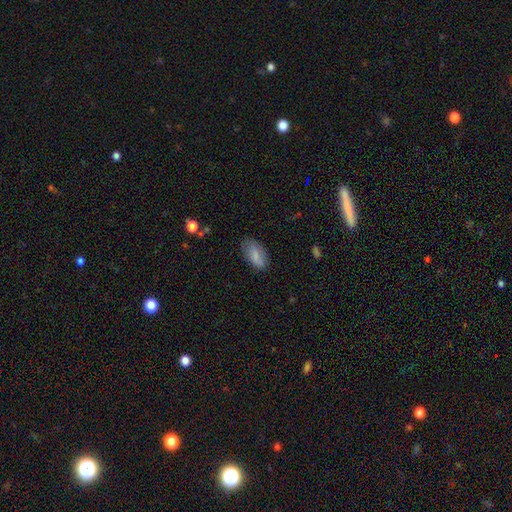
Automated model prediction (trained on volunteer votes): smooth 76%, featured or disk 17%, star or artifact 7%. Down the decision tree: how rounded — in between (92%); merging — none (73%).